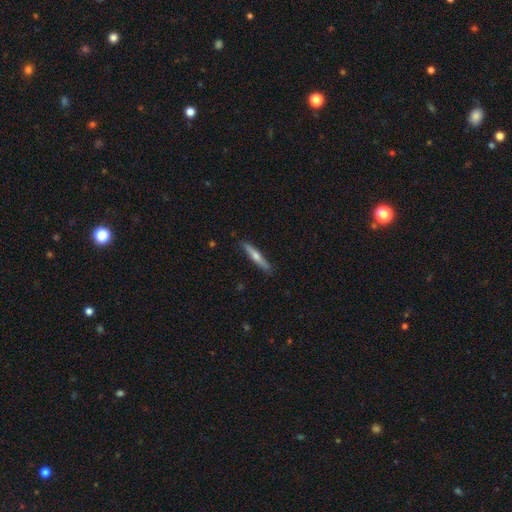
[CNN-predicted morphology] A featured or disk galaxy (52%) viewed edge-on (95%). Merging: none (89%).